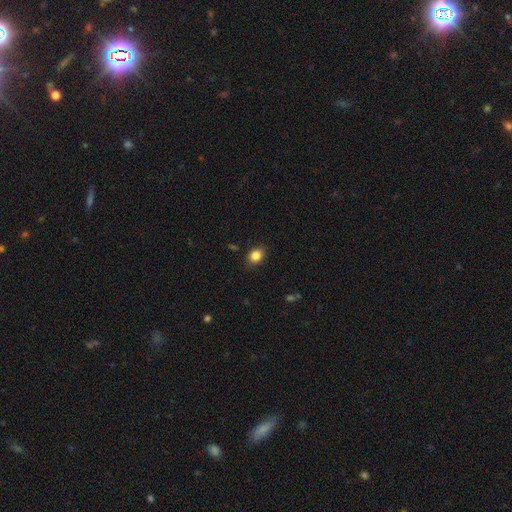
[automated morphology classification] This appears to be a smooth galaxy with no disk features (85%) that is in between round and cigar-shaped (61%). Merging: none (88%).